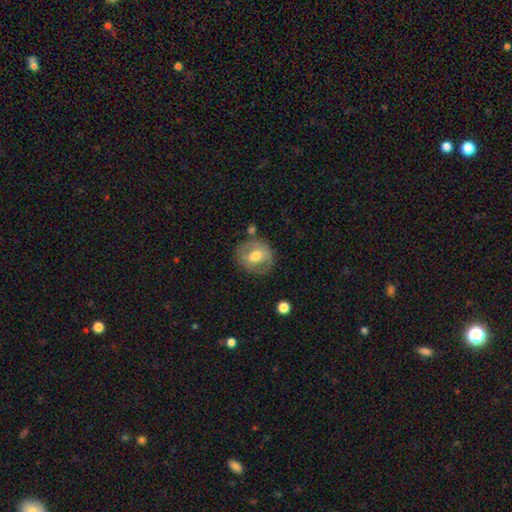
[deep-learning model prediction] Smooth or featured? smooth (50%)
How rounded? round (76%)
Merging? none (71%)